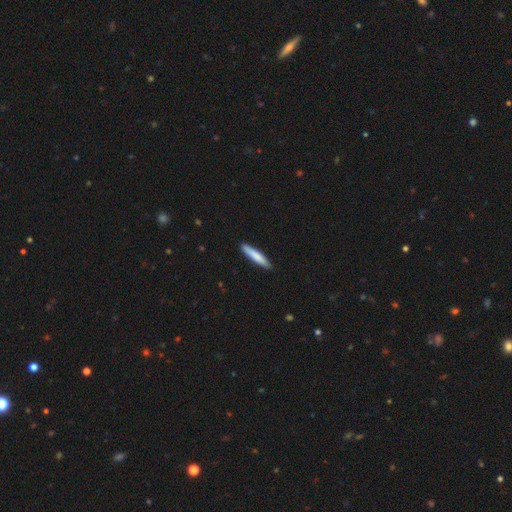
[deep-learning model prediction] Q: Smooth or featured?
A: smooth (80%); runner-up: featured or disk (15%)
Q: How rounded?
A: cigar-shaped (91%); runner-up: in between (7%)
Q: Merging?
A: none (90%); runner-up: minor disturbance (8%)